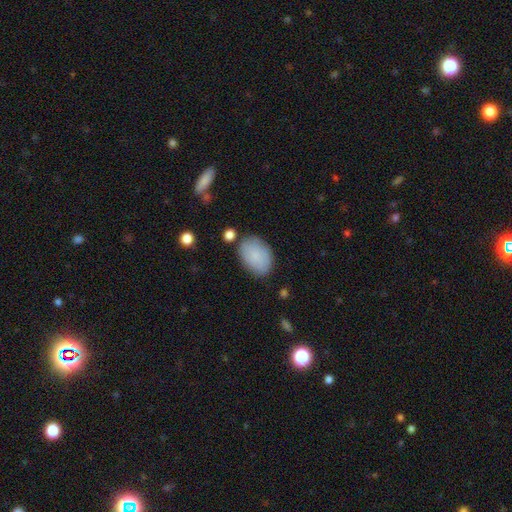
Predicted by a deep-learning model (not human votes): Smooth or featured: smooth — 85% (featured or disk — 8%)
How rounded: in between — 87% (round — 12%)
Merging: none — 79% (minor disturbance — 14%)